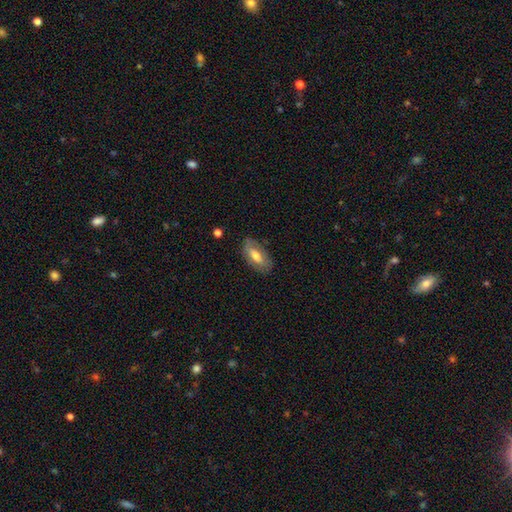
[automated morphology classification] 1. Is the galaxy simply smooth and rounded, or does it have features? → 58% smooth, 35% featured or disk, 7% star or artifact.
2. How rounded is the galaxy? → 88% in between, 8% cigar-shaped, 3% round.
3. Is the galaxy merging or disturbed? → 77% none, 17% minor disturbance, 4% major disturbance, 2% merger.